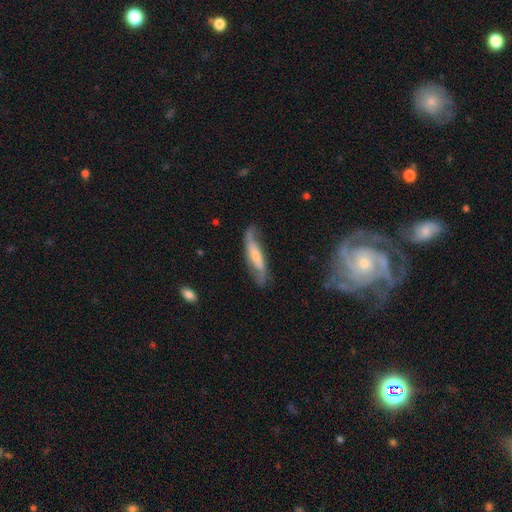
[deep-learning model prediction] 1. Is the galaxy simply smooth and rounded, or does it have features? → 66% featured or disk, 28% smooth, 6% star or artifact.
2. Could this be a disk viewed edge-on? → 68% no, 32% yes.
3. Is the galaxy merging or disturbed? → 70% none, 20% minor disturbance, 7% major disturbance, 2% merger.